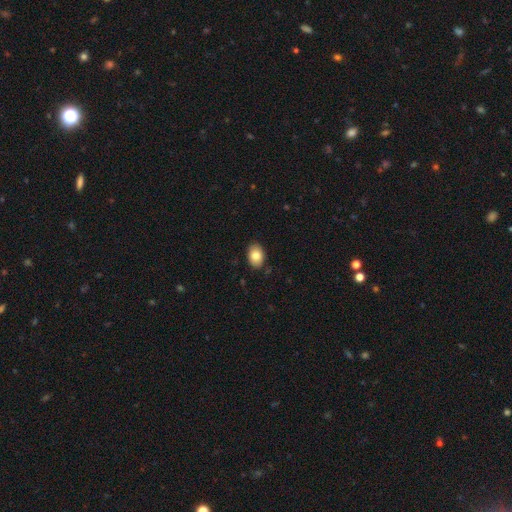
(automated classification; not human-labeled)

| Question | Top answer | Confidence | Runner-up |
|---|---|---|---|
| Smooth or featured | smooth | 83% | featured or disk (9%) |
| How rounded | in between | 82% | round (16%) |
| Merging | none | 86% | minor disturbance (11%) |